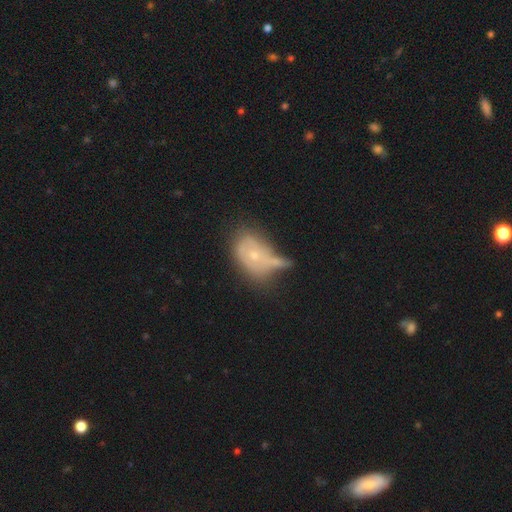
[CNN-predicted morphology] The model was most divided on "smooth or featured": featured or disk: 46%, smooth: 43%, star or artifact: 11%. Remaining: merging — merger (35%).